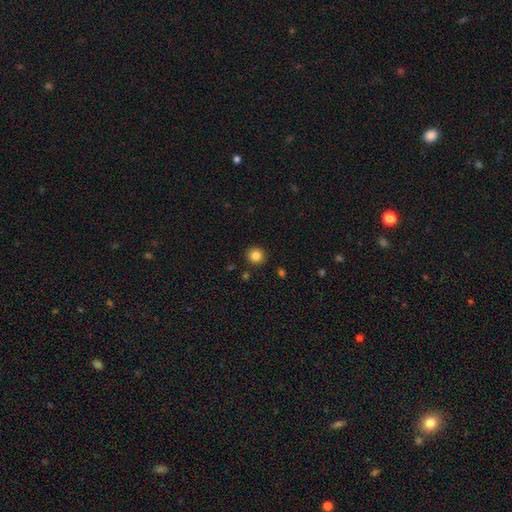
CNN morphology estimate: A smooth galaxy with no disk features (84%) that is round (91%). Merging: none (91%).